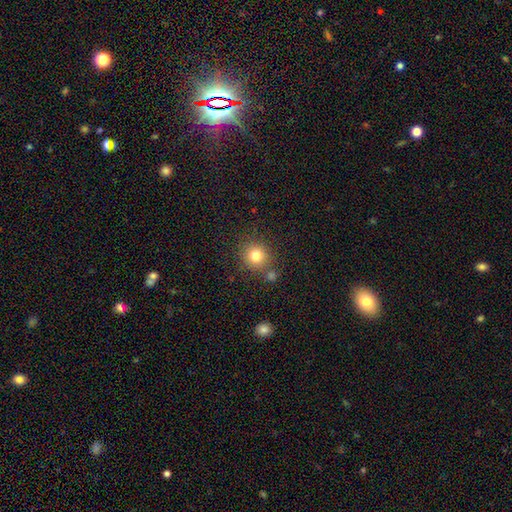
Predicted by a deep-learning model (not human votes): Smooth or featured? Predicted: smooth (p=0.80). How rounded? Predicted: round (p=0.91). Merging? Predicted: none (p=0.79).